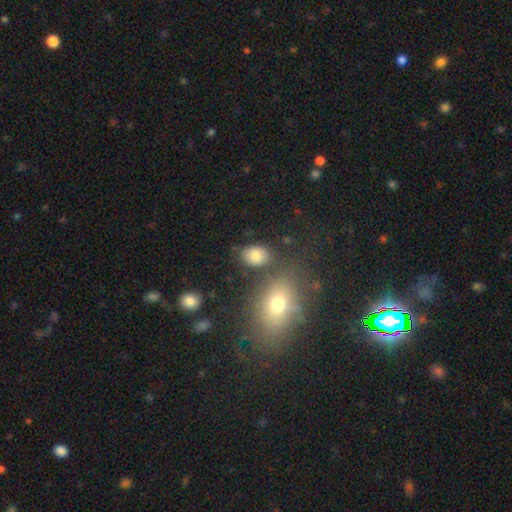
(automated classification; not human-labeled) Overall: smooth (81%). How rounded: in between (76%). Merging: none (74%).